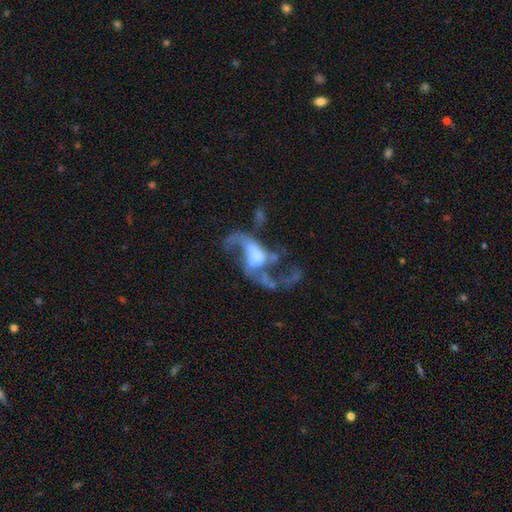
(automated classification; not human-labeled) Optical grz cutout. It shows a featured or disk galaxy (82%) with no bar (49%), 2 (67%) loose (75%) spiral arms (87%) and a large central bulge (31%). Merging: major disturbance (40%).